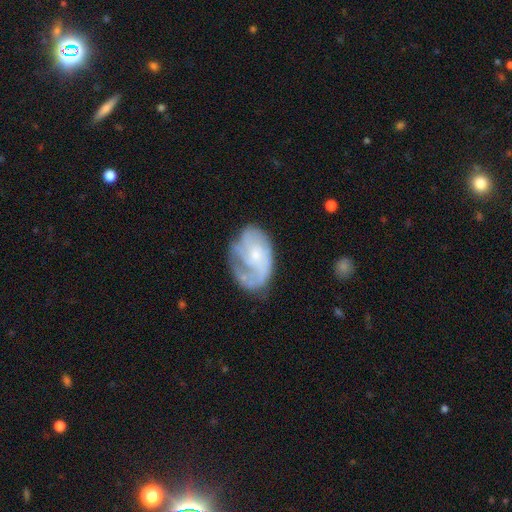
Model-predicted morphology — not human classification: Q: Smooth or featured?
A: featured or disk (66%); runner-up: smooth (27%)
Q: Edge-on disk?
A: no (97%); runner-up: yes (3%)
Q: Bar?
A: no (76%); runner-up: weak (21%)
Q: Spiral arms?
A: yes (75%); runner-up: no (25%)
Q: Bulge size?
A: small (57%); runner-up: moderate (31%)
Q: Merging?
A: none (48%); runner-up: minor disturbance (27%)